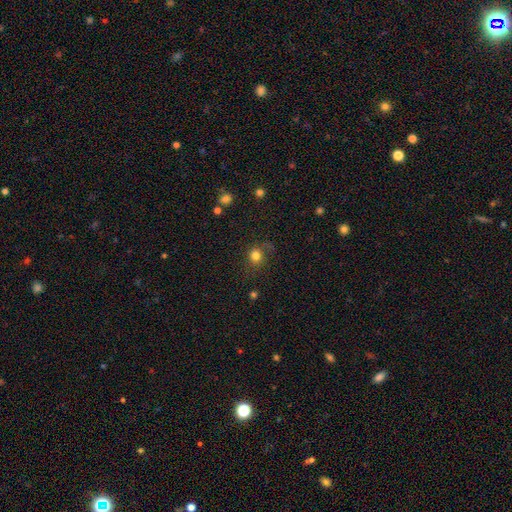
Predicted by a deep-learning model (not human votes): smooth-or-featured: smooth: 78% | star or artifact: 14% | featured or disk: 8%
  how-rounded: round: 84% | in between: 15% | cigar-shaped: 1%
  merging: none: 72% | minor disturbance: 16% | major disturbance: 9% | merger: 2%